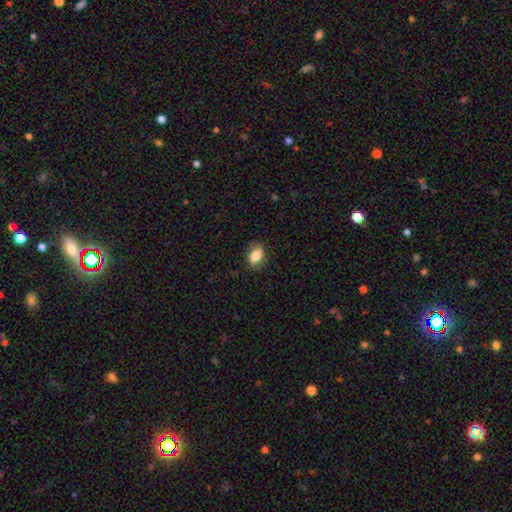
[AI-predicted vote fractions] Q: Smooth or featured?
A: smooth (84%); runner-up: featured or disk (8%)
Q: How rounded?
A: in between (85%); runner-up: round (12%)
Q: Merging?
A: none (81%); runner-up: minor disturbance (14%)